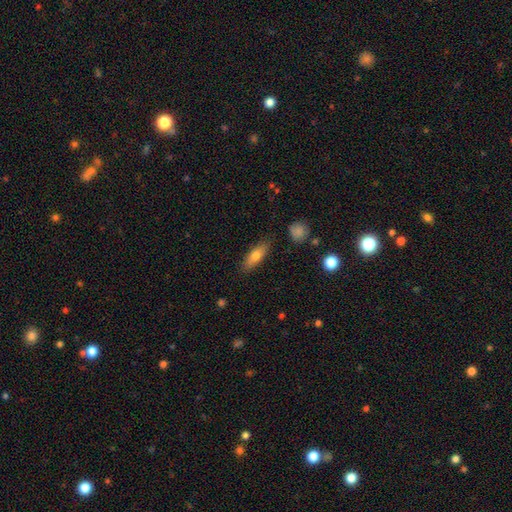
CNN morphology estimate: smooth-or-featured: smooth: 71% | featured or disk: 23% | star or artifact: 7%
  how-rounded: in between: 56% | cigar-shaped: 41% | round: 3%
  merging: none: 85% | minor disturbance: 11% | major disturbance: 2% | merger: 2%